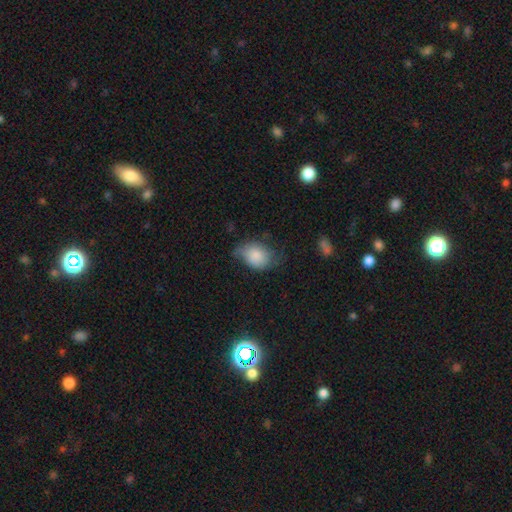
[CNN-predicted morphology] This appears to be a smooth galaxy with no disk features (76%) that is in between round and cigar-shaped (67%). Merging: none (40%).